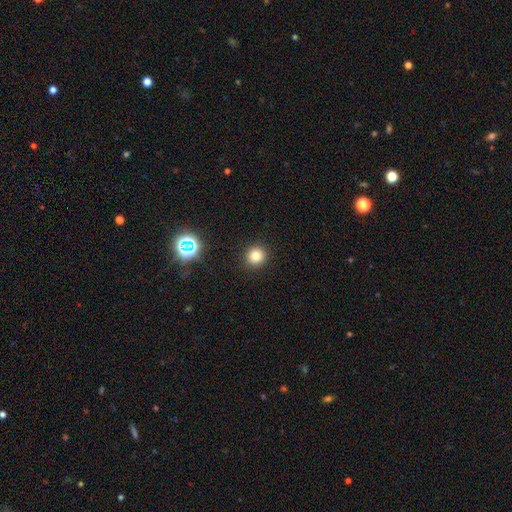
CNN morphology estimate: The model was most divided on "smooth or featured": smooth: 78%, star or artifact: 15%, featured or disk: 6%. More confident: how rounded — round (92%); merging — none (92%).